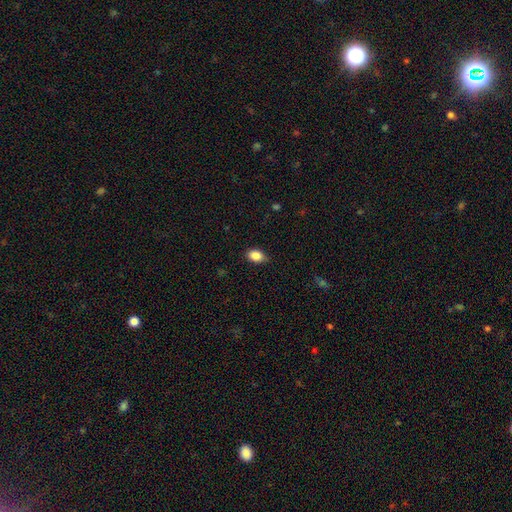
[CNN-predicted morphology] A smooth galaxy with no disk features (86%) that is in between round and cigar-shaped (83%).

Vote fractions:
- Smooth or featured? smooth: 86% / star or artifact: 8% / featured or disk: 5%
- How rounded? in between: 83% / round: 15% / cigar-shaped: 2%
- Merging? none: 79% / minor disturbance: 17% / major disturbance: 3% / merger: 1%